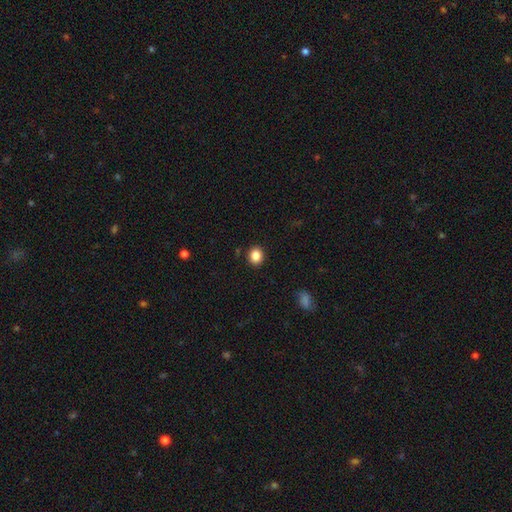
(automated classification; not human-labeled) This is clearly a smooth galaxy (86%). How rounded: likely round (68%). Merging: clearly none (90%).